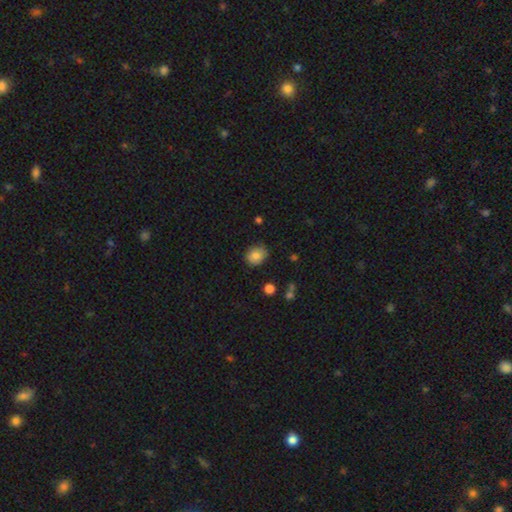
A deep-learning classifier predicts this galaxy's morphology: A smooth galaxy with no disk features (83%) that is round (53%). Merging: none (80%).